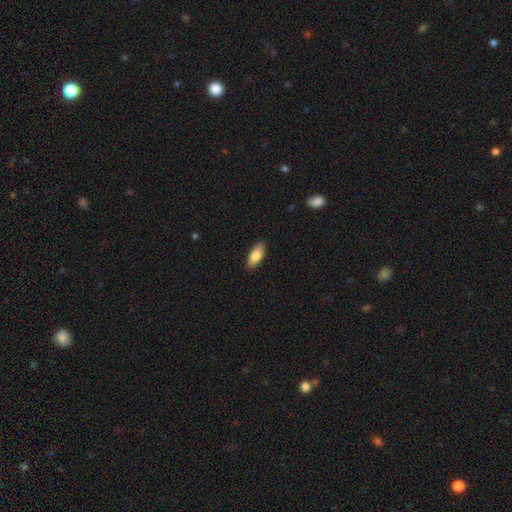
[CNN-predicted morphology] A smooth galaxy with no disk features (81%) that is in between round and cigar-shaped (82%). Merging: none (88%).